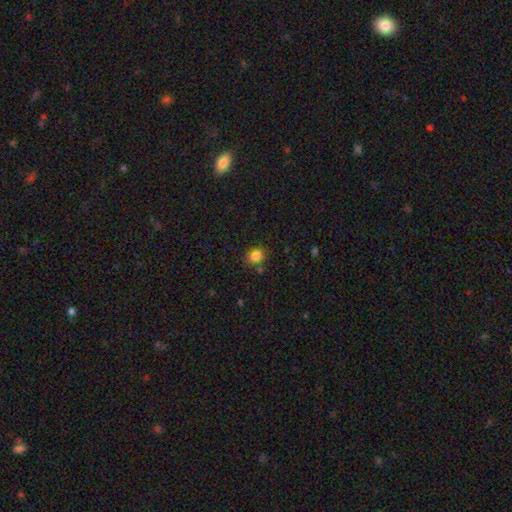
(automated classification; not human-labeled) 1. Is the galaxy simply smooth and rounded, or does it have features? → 81% smooth, 13% star or artifact, 6% featured or disk.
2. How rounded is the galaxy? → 66% round, 33% in between, 1% cigar-shaped.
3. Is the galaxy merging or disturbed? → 73% none, 16% minor disturbance, 8% merger, 4% major disturbance.